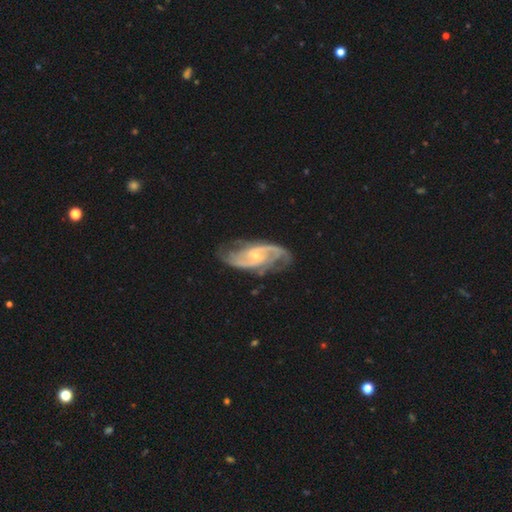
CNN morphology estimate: The model was most divided on "bar": weak: 45%, no: 41%, strong: 14%. More confident: spiral arms — yes (97%); edge-on disk — no (96%); smooth or featured — featured or disk (90%); spiral arm count — 2 (75%); merging — none (72%); bulge size — small (67%); spiral winding — medium (52%).